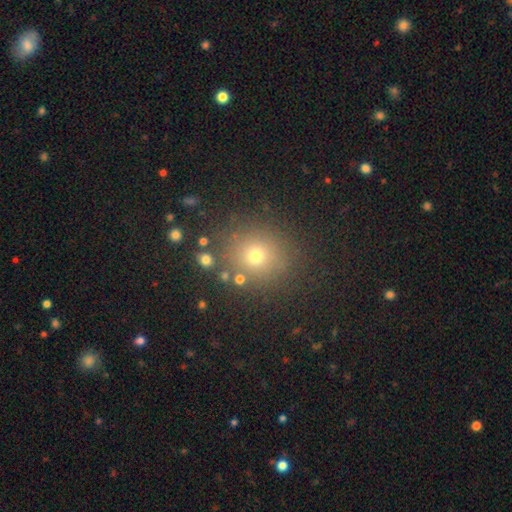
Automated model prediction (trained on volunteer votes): smooth 68%, star or artifact 22%, featured or disk 10%. Down the decision tree: how rounded — round (86%); merging — none (85%).